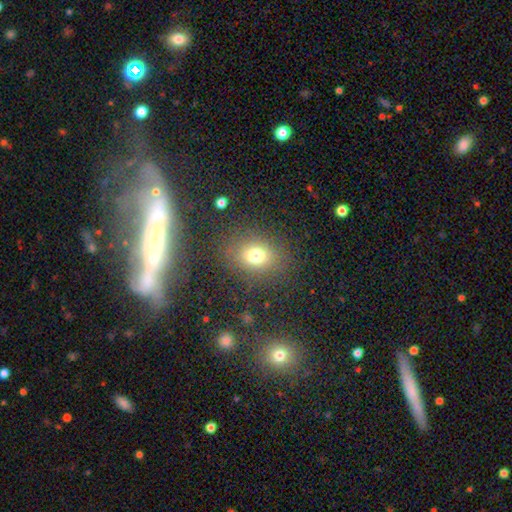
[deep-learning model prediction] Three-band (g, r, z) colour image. It shows a smooth galaxy with no disk features (73%) that is round (52%). Merging: none (82%).